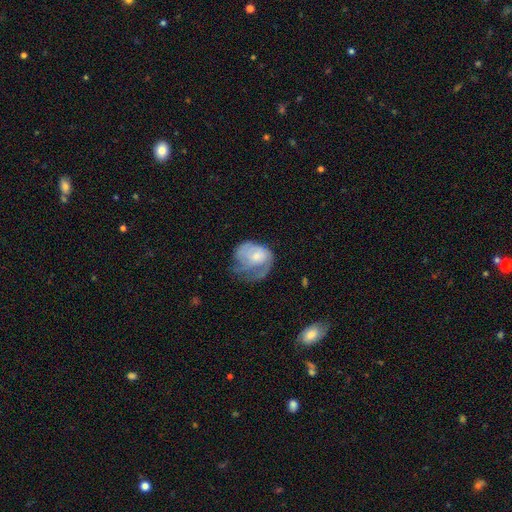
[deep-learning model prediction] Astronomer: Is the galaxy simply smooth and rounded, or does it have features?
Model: featured or disk — 54% (runner-up: smooth, 40%).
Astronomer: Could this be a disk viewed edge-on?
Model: no — 98%.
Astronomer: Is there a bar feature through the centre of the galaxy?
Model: no — 70%.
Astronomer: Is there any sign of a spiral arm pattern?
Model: yes — 69%.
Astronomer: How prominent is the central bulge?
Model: moderate — 44% (runner-up: small, 36%).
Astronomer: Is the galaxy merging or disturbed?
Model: major disturbance — 43% (runner-up: minor disturbance, 28%).